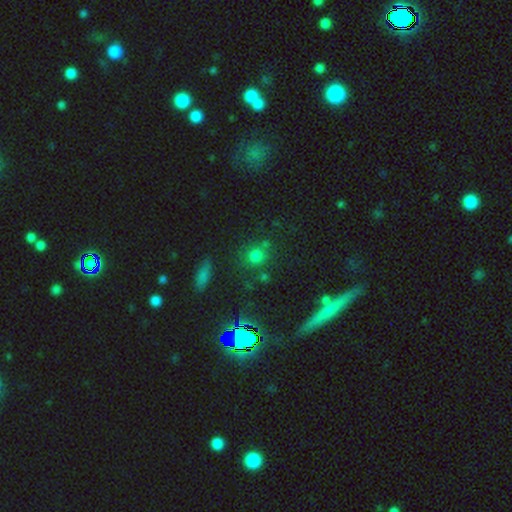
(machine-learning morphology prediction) A smooth galaxy with no disk features (66%) that is round (85%).

Vote fractions:
- Smooth or featured? smooth: 66% / star or artifact: 25% / featured or disk: 9%
- How rounded? round: 85% / in between: 13% / cigar-shaped: 2%
- Merging? none: 73% / minor disturbance: 13% / merger: 9% / major disturbance: 6%